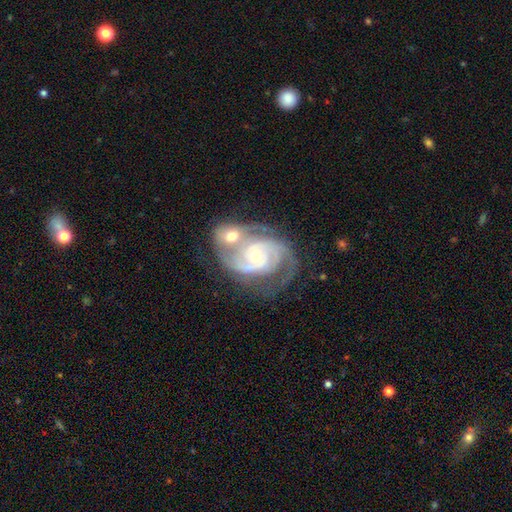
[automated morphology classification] featured or disk 89%, smooth 7%, star or artifact 5%. Down the decision tree: edge-on disk — no (97%); bar — no (65%); spiral arms — yes (96%); spiral arm count — 2 (60%); spiral winding — tight (51%); bulge size — moderate (58%); merging — merger (56%).